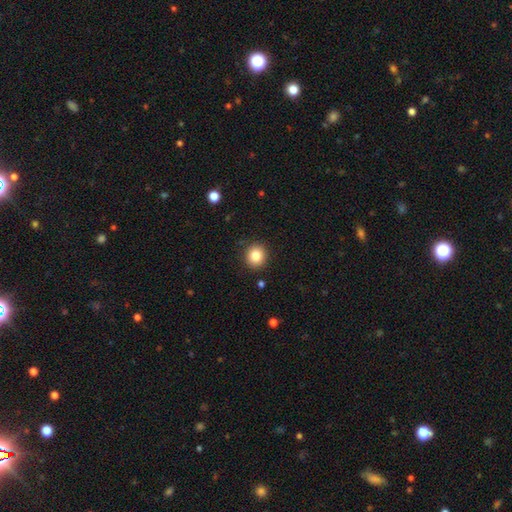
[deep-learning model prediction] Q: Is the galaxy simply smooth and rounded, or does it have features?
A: smooth — 84%.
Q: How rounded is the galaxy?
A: round — 87%.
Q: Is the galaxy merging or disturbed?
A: none — 90%.